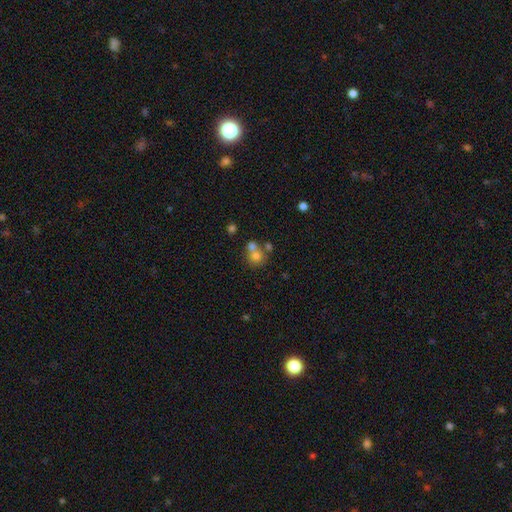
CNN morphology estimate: A smooth galaxy with no disk features (69%) that is round (82%). Merging: merger (47%).